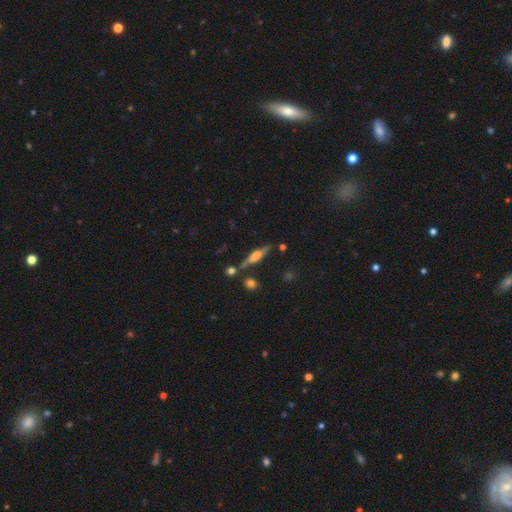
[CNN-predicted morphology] Overall: featured or disk (64%; smooth 28%). Edge-on disk: yes (95%). Edge-on bulge: rounded (77%). Merging: none (79%).